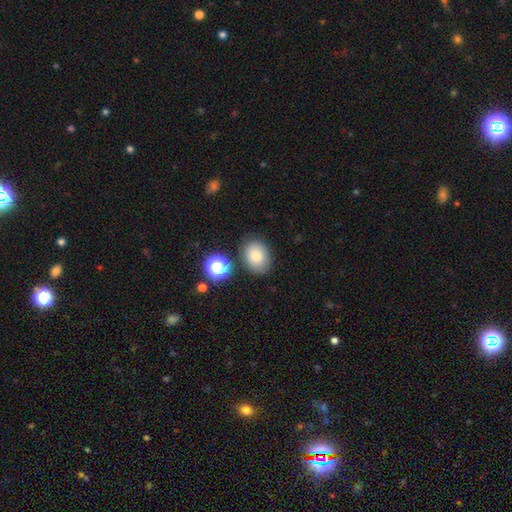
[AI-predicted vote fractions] The model was most divided on "how rounded": in between: 62%, round: 37%, cigar-shaped: 1%. More confident: merging — none (81%); smooth or featured — smooth (77%).